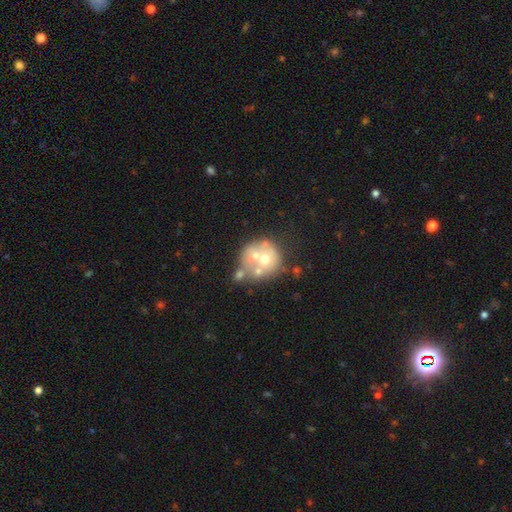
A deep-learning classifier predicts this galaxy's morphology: Smooth or featured: smooth — 45% (featured or disk — 44%)
Merging: merger — 46% (none — 32%)